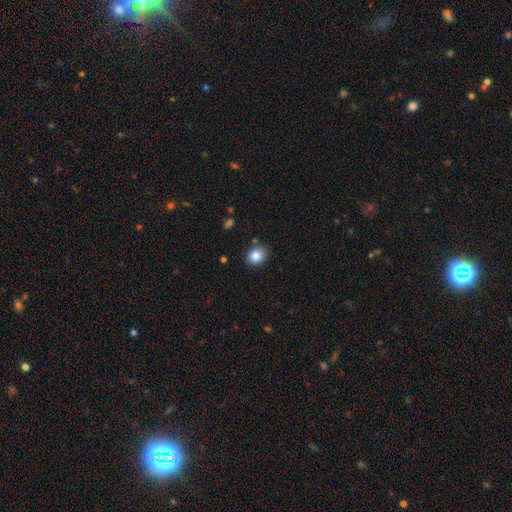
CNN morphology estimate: This is clearly a smooth galaxy (85%). How rounded: likely round (61%). Merging: clearly none (84%).